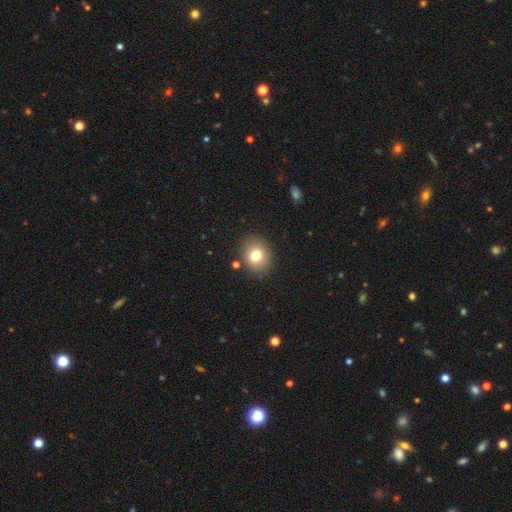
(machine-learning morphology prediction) type=smooth (77%); roundness=round (61%); merging=none (85%).